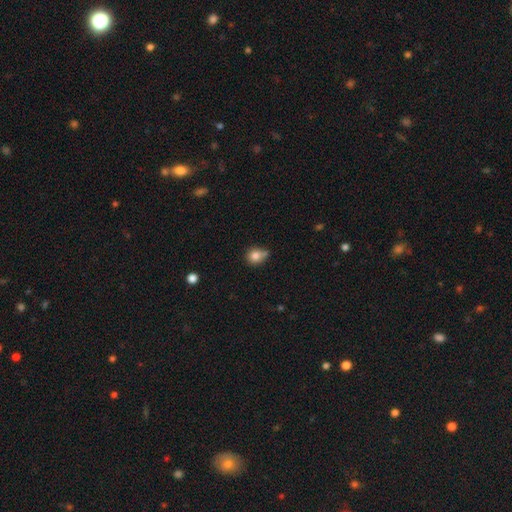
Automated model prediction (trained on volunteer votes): Smooth or featured?
  - smooth: 80% *
  - star or artifact: 11%
  - featured or disk: 9%
How rounded?
  - round: 76% *
  - in between: 23%
  - cigar-shaped: 1%
Merging?
  - none: 51% *
  - minor disturbance: 25%
  - merger: 17%
  - major disturbance: 7%